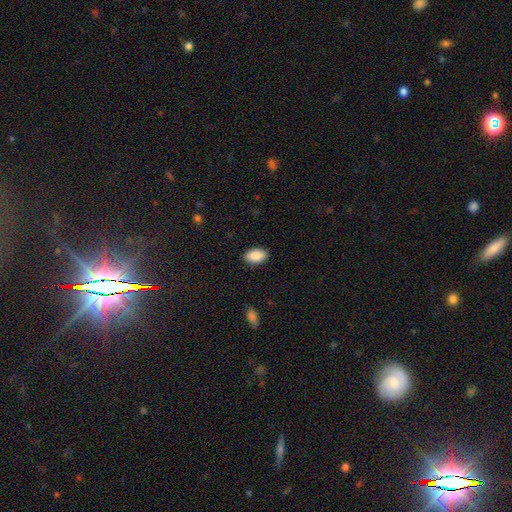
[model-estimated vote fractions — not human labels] Smooth or featured?
  - smooth: 90% *
  - star or artifact: 7%
  - featured or disk: 4%
How rounded?
  - in between: 93% *
  - round: 6%
  - cigar-shaped: 2%
Merging?
  - none: 88% *
  - minor disturbance: 9%
  - major disturbance: 2%
  - merger: 1%